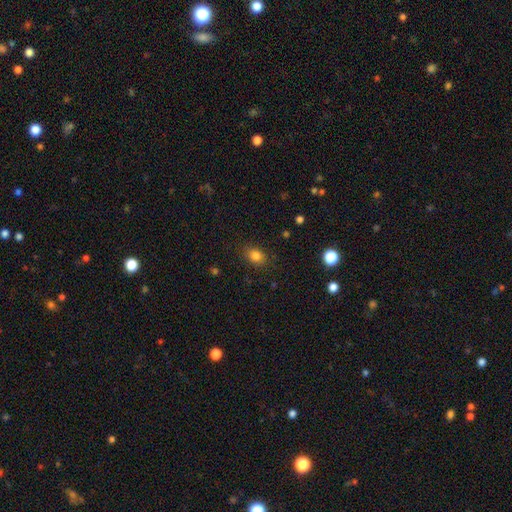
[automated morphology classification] Smooth or featured? Predicted: smooth (p=0.83). How rounded? Predicted: in between (p=0.64). Merging? Predicted: none (p=0.86).